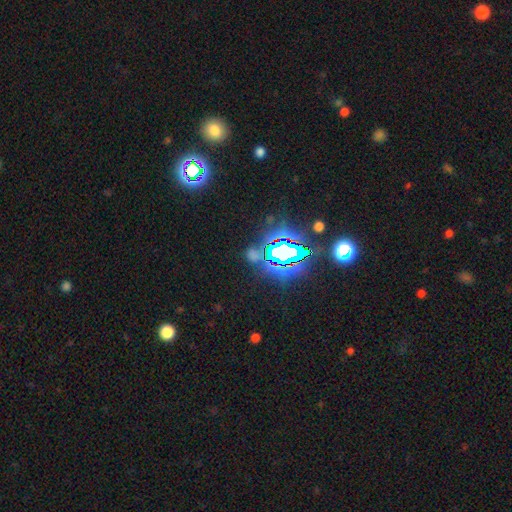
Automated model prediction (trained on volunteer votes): Morphology: type=star or artifact (67%).